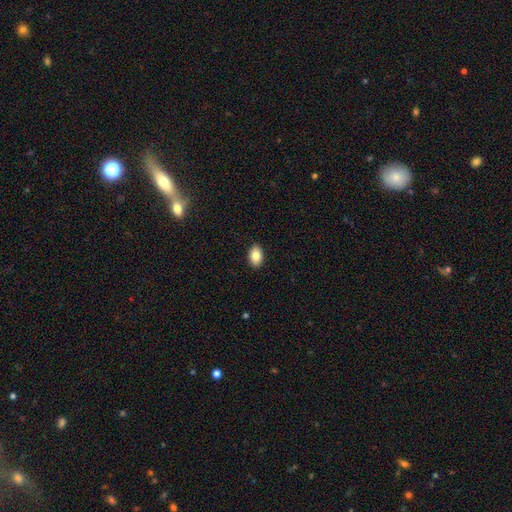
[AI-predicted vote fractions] smooth 85%, star or artifact 7%, featured or disk 7%. Down the decision tree: how rounded — in between (90%); merging — none (90%).